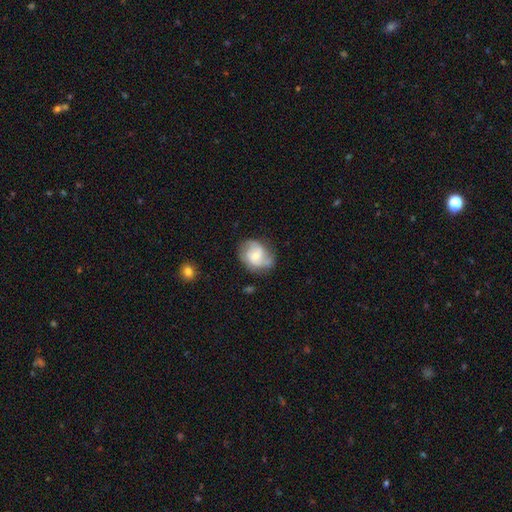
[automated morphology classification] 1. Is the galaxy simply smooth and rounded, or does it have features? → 63% featured or disk, 31% smooth, 7% star or artifact.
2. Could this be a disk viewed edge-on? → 97% no, 3% yes.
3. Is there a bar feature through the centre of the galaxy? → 59% no, 34% weak, 6% strong.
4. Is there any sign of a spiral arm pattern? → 89% yes, 11% no.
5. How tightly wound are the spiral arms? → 46% medium, 31% tight, 23% loose.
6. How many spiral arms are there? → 62% 2, 16% can't tell, 11% 3, 6% 1, 2% 4, 2% more than 4.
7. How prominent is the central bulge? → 48% small, 45% moderate, 3% large, 3% none, 1% dominant.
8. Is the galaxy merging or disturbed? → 64% none, 25% minor disturbance, 9% major disturbance, 2% merger.